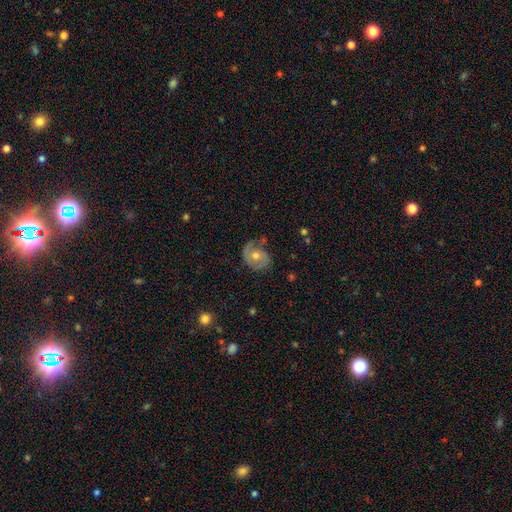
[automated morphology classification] Overall: featured or disk (74%). Edge-on disk: no (97%). Bar: no (74%). Spiral arms: yes (88%). Spiral arm count: 2 (56%; 1 29%). Spiral winding: tight (47%; medium 37%). Bulge size: moderate (66%; small 29%). Merging: none (66%).